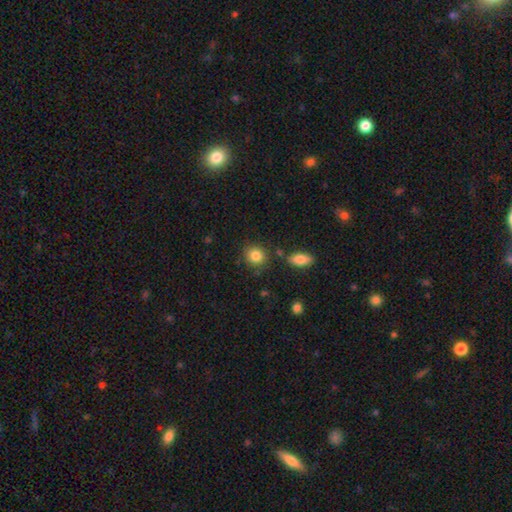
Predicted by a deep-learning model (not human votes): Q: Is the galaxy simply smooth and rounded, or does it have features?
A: smooth — 85%.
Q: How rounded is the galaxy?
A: round — 77%.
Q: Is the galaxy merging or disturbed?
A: none — 79%.